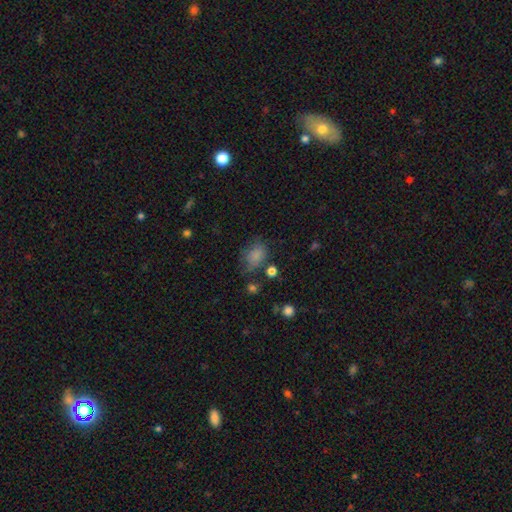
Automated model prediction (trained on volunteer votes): This appears to be a smooth galaxy with no disk features (78%) that is in between round and cigar-shaped (62%). Merging: none (53%).